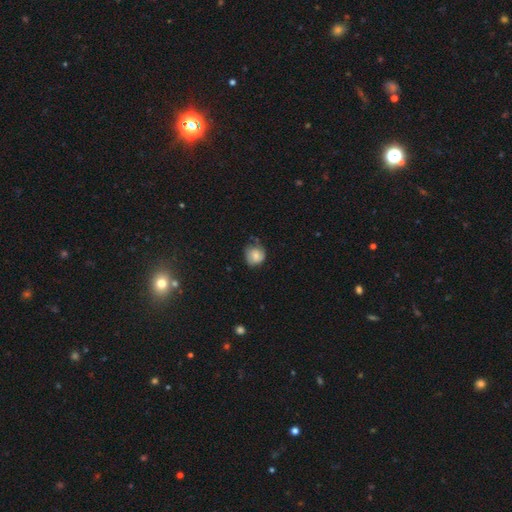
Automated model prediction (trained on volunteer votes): Smooth or featured? smooth (76%)
How rounded? round (82%)
Merging? none (57%)